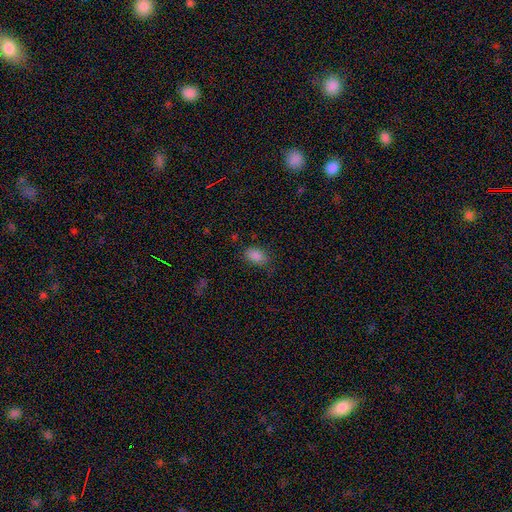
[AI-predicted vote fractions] Q: Smooth or featured?
A: smooth (86%); runner-up: star or artifact (10%)
Q: How rounded?
A: in between (88%); runner-up: round (10%)
Q: Merging?
A: none (75%); runner-up: minor disturbance (19%)